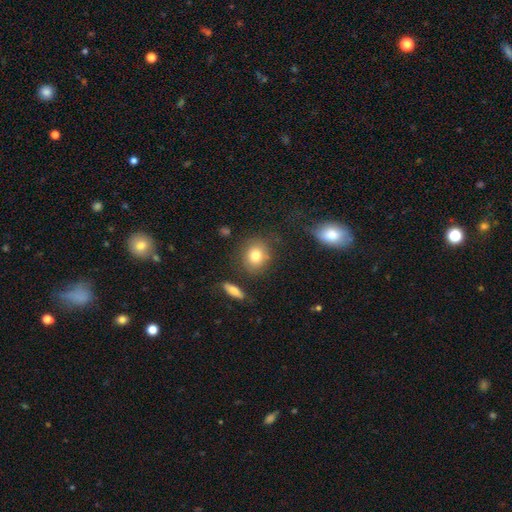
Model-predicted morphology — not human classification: Overall: smooth (79%). How rounded: round (70%). Merging: none (78%).